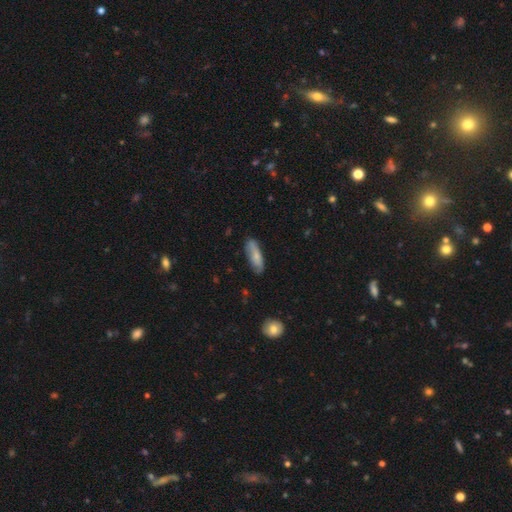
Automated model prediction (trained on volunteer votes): Q: Smooth or featured?
A: smooth (74%); runner-up: featured or disk (20%)
Q: How rounded?
A: in between (51%); runner-up: cigar-shaped (47%)
Q: Merging?
A: none (77%); runner-up: minor disturbance (18%)